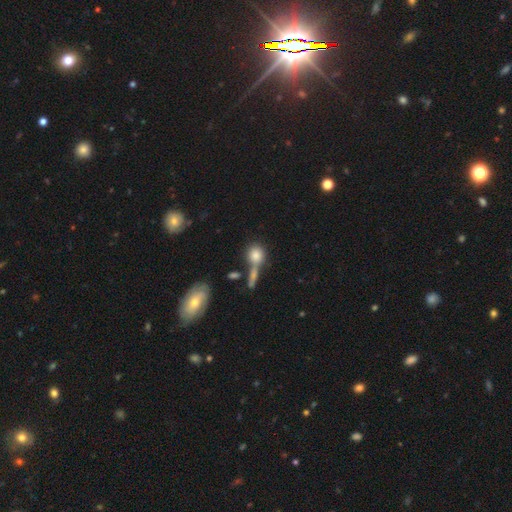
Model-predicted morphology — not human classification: smooth-or-featured: smooth: 78% | featured or disk: 12% | star or artifact: 10%
  how-rounded: round: 76% | in between: 19% | cigar-shaped: 5%
  merging: none: 49% | merger: 32% | minor disturbance: 12% | major disturbance: 7%